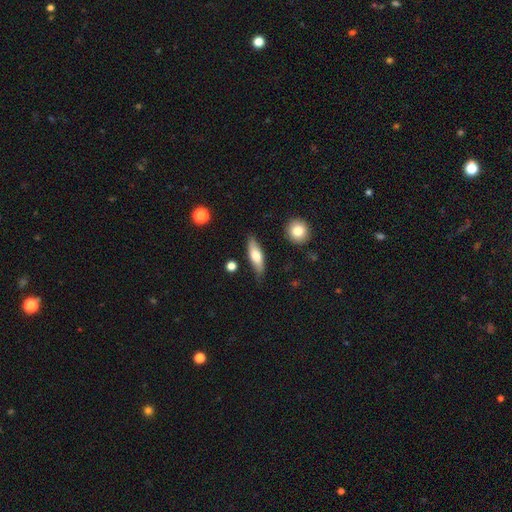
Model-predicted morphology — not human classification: smooth_or_featured: smooth (p=0.66) [alt: featured or disk p=0.28]
how_rounded: in between (p=0.53) [alt: cigar-shaped p=0.44]
merging: none (p=0.76) [alt: minor disturbance p=0.17]